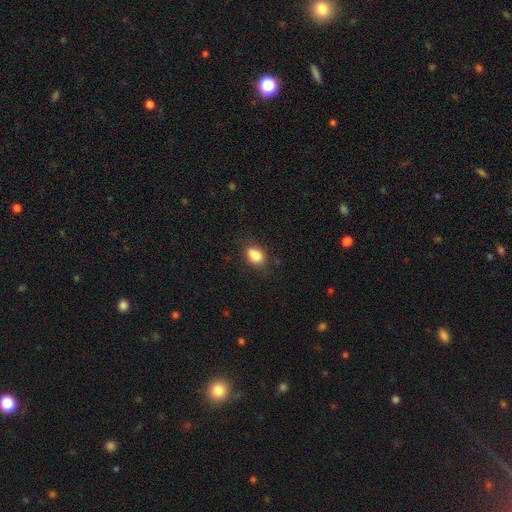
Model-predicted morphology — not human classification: A smooth galaxy with no disk features (83%) that is in between round and cigar-shaped (70%). Merging: none (71%).